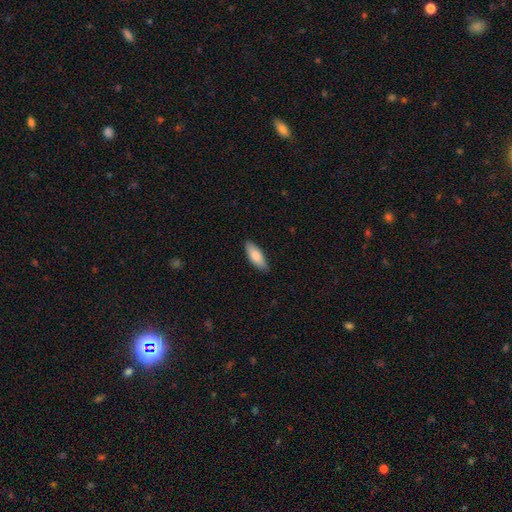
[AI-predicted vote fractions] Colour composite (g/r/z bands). It shows a smooth galaxy with no disk features (84%) that is in between round and cigar-shaped (73%). Merging: none (86%).